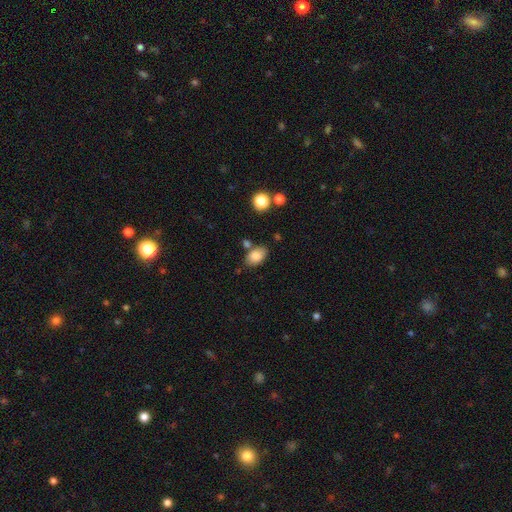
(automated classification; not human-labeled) Smooth or featured?
  - smooth: 84% *
  - star or artifact: 8%
  - featured or disk: 8%
How rounded?
  - in between: 89% *
  - round: 9%
  - cigar-shaped: 1%
Merging?
  - none: 71% *
  - minor disturbance: 15%
  - merger: 10%
  - major disturbance: 4%